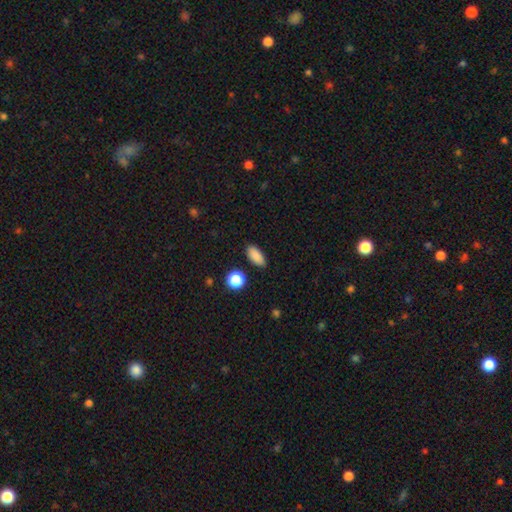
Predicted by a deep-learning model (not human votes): Smooth or featured: smooth — 87% (star or artifact — 9%)
How rounded: in between — 87% (cigar-shaped — 8%)
Merging: none — 87% (minor disturbance — 9%)